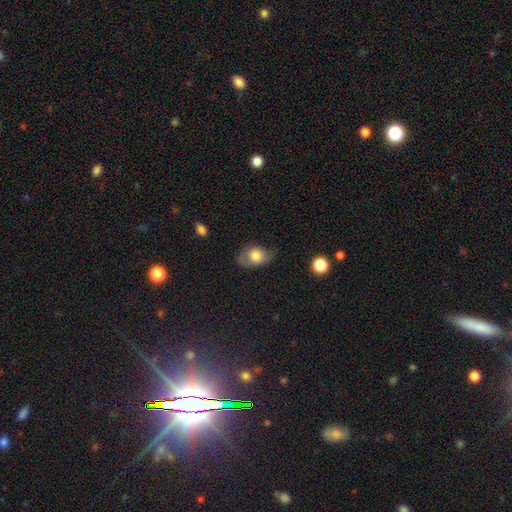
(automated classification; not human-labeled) This is likely a smooth galaxy (73%). How rounded: likely in between (71%). Merging: possibly none (56%).